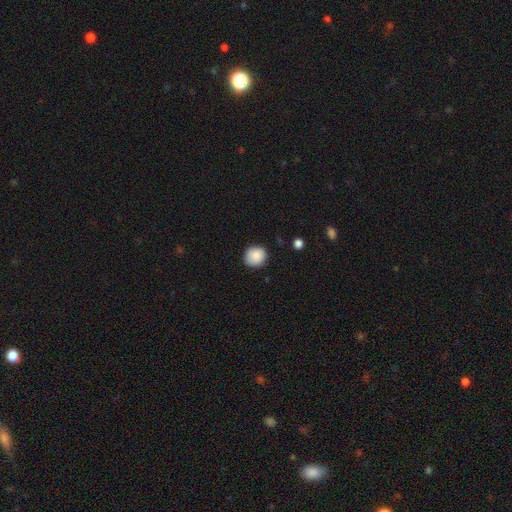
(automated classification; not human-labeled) A smooth galaxy with no disk features (88%) that is round (85%).

Vote fractions:
- Smooth or featured? smooth: 88% / star or artifact: 8% / featured or disk: 5%
- How rounded? round: 85% / in between: 14% / cigar-shaped: 1%
- Merging? none: 83% / minor disturbance: 14% / major disturbance: 2% / merger: 1%